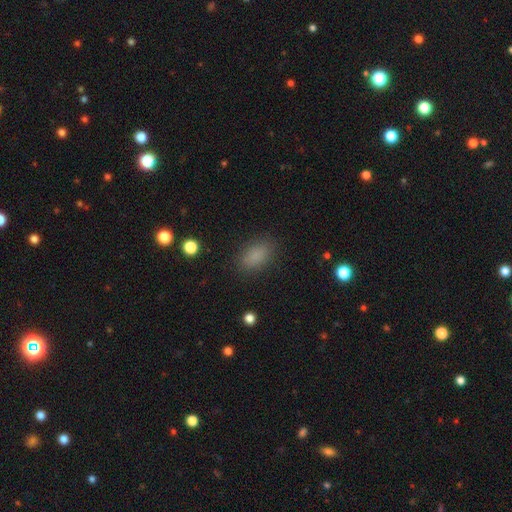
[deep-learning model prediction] Smooth or featured?
  - smooth: 84% *
  - star or artifact: 11%
  - featured or disk: 5%
How rounded?
  - in between: 88% *
  - round: 9%
  - cigar-shaped: 3%
Merging?
  - none: 85% *
  - minor disturbance: 10%
  - major disturbance: 4%
  - merger: 1%